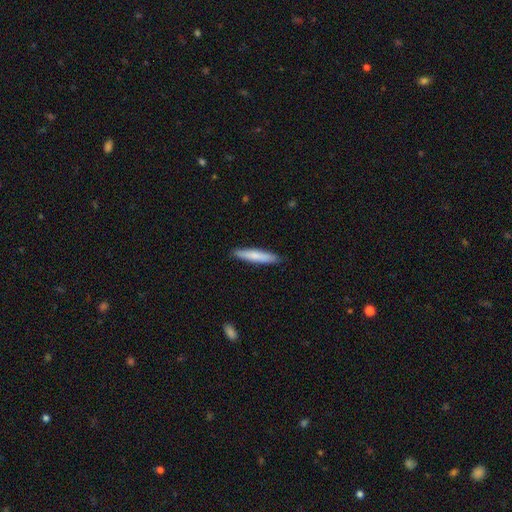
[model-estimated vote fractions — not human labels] A smooth galaxy with no disk features (75%) that is cigar-shaped (88%). Merging: none (89%).